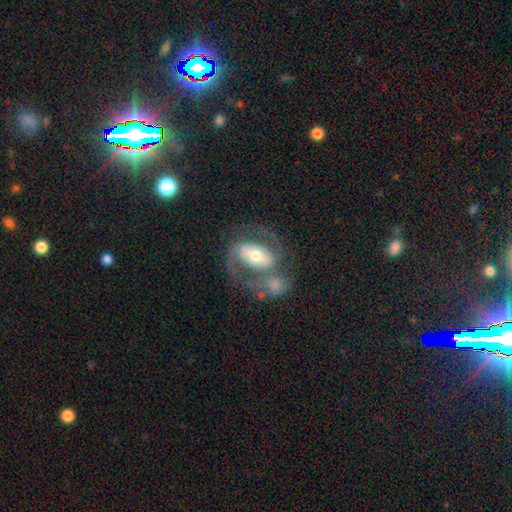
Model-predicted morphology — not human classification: smooth_or_featured: featured or disk (p=0.77) [alt: smooth p=0.17]
disk_edge_on: no (p=0.96) [alt: yes p=0.04]
bar: strong (p=0.37) [alt: weak p=0.34]
has_spiral_arms: yes (p=0.85) [alt: no p=0.15]
spiral_winding: medium (p=0.55) [alt: loose p=0.23]
spiral_arm_count: 2 (p=0.87) [alt: can't tell p=0.06]
bulge_size: moderate (p=0.65) [alt: small p=0.21]
merging: none (p=0.45) [alt: merger p=0.29]